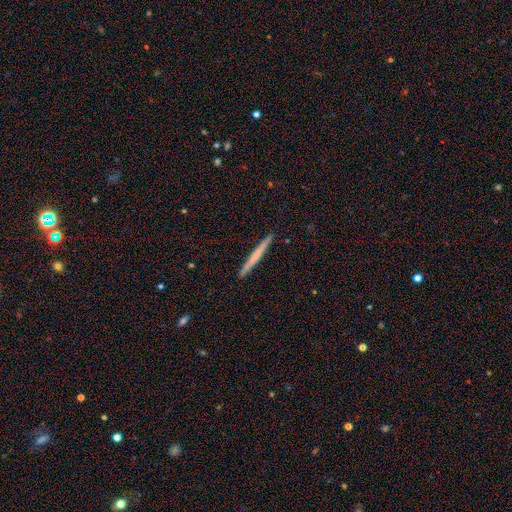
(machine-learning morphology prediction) A smooth galaxy with no disk features (54%) that is cigar-shaped (97%).

Vote fractions:
- Smooth or featured? smooth: 54% / featured or disk: 41% / star or artifact: 6%
- How rounded? cigar-shaped: 97% / in between: 2% / round: 1%
- Merging? none: 93% / minor disturbance: 5% / major disturbance: 1% / merger: 1%